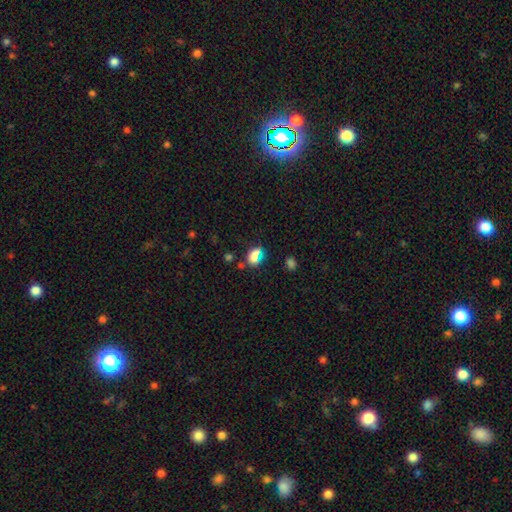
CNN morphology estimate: smooth-or-featured: smooth: 73% | star or artifact: 19% | featured or disk: 8%
  how-rounded: in between: 60% | round: 37% | cigar-shaped: 4%
  merging: none: 72% | minor disturbance: 16% | merger: 6% | major disturbance: 5%